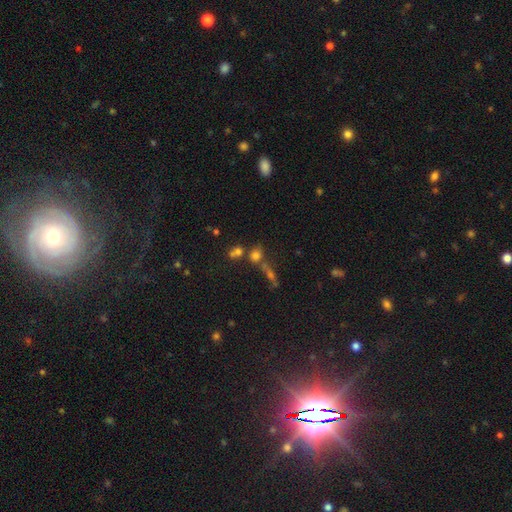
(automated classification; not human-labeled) smooth-or-featured: smooth: 65% | star or artifact: 21% | featured or disk: 14%
  how-rounded: round: 67% | in between: 28% | cigar-shaped: 5%
  merging: none: 47% | merger: 37% | minor disturbance: 10% | major disturbance: 6%